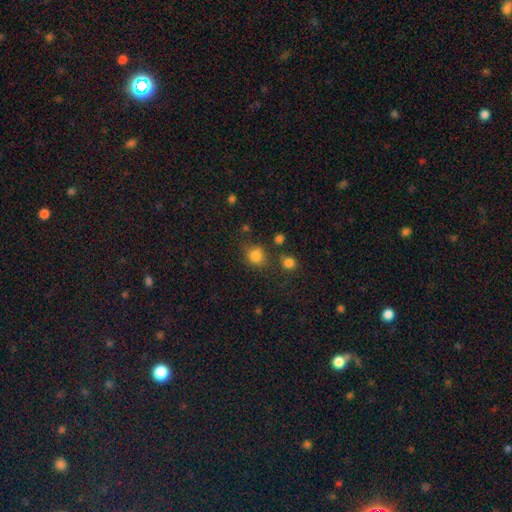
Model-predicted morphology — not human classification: A smooth galaxy with no disk features (82%) that is round (80%). Merging: none (73%).